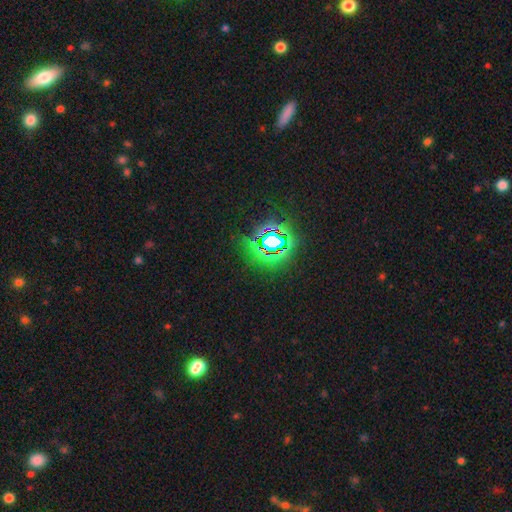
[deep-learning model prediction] This is likely a star or artifact rather than a galaxy (77%).